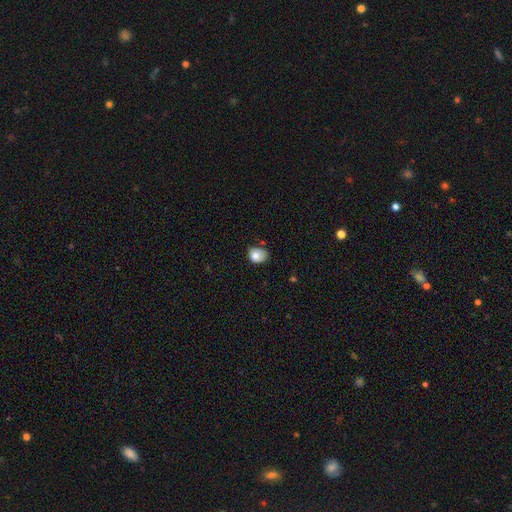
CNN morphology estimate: This appears to be a smooth galaxy with no disk features (74%) that is round (52%). Merging: none (48%).